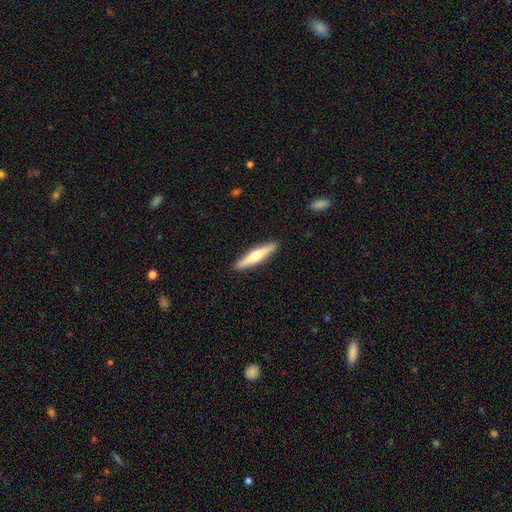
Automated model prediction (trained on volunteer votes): smooth 48%, featured or disk 47%, star or artifact 5%. Down the decision tree: merging — none (91%).